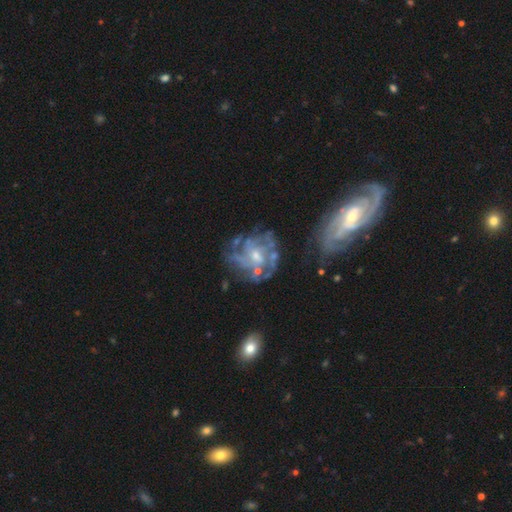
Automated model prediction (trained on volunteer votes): featured or disk 81%, smooth 10%, star or artifact 9%. Down the decision tree: edge-on disk — no (97%); bar — no (60%); spiral arms — yes (79%); spiral arm count — can't tell (44%); spiral winding — tight (47%); bulge size — small (49%); merging — none (56%).